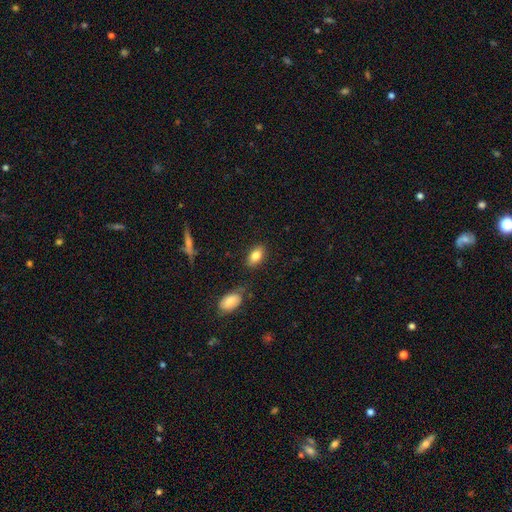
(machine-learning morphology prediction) A smooth galaxy with no disk features (82%) that is in between round and cigar-shaped (90%).

Vote fractions:
- Smooth or featured? smooth: 82% / featured or disk: 10% / star or artifact: 8%
- How rounded? in between: 90% / round: 6% / cigar-shaped: 4%
- Merging? none: 81% / minor disturbance: 12% / merger: 4% / major disturbance: 3%